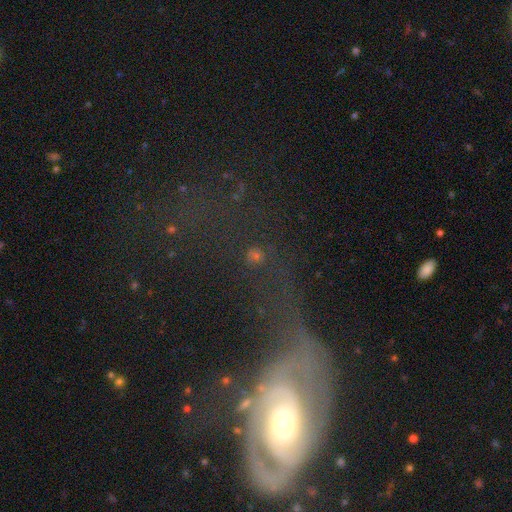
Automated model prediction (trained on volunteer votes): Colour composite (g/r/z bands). It shows a smooth galaxy with no disk features (46%). Merging: none (58%).